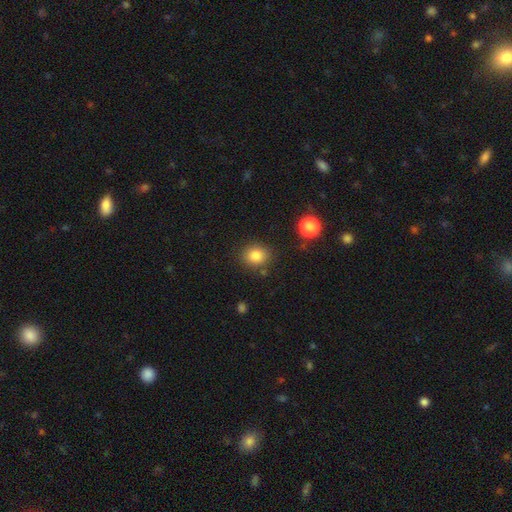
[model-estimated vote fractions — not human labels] The model was most divided on "how rounded": round: 64%, in between: 35%, cigar-shaped: 1%. More confident: smooth or featured — smooth (83%); merging — none (82%).